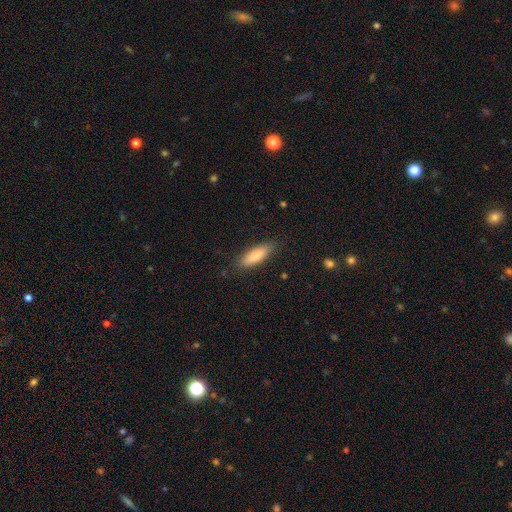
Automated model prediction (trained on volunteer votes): Smooth or featured?
  - smooth: 79% *
  - featured or disk: 15%
  - star or artifact: 6%
How rounded?
  - in between: 53% *
  - cigar-shaped: 46%
  - round: 2%
Merging?
  - none: 85% *
  - minor disturbance: 11%
  - major disturbance: 2%
  - merger: 1%